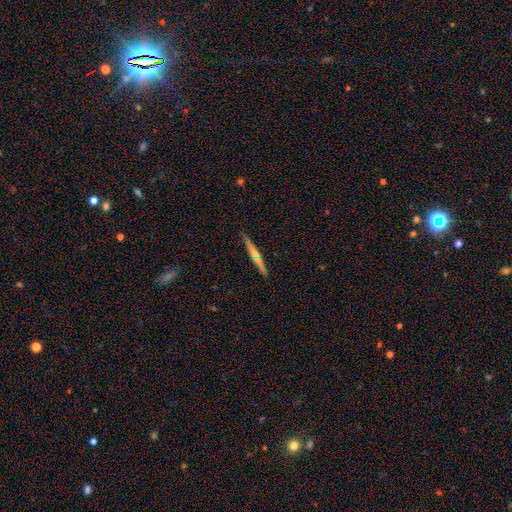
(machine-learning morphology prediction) featured or disk 54%, smooth 39%, star or artifact 7%. Down the decision tree: edge-on disk — yes (96%); edge-on bulge — rounded (65%); merging — none (88%).